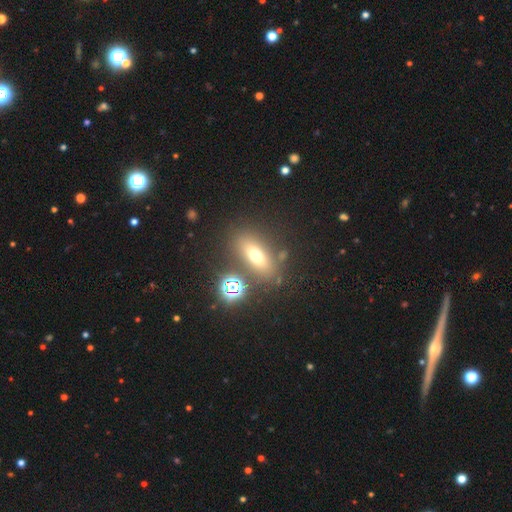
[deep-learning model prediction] This appears to be a smooth galaxy with no disk features (60%) that is in between round and cigar-shaped (64%). Merging: none (76%).